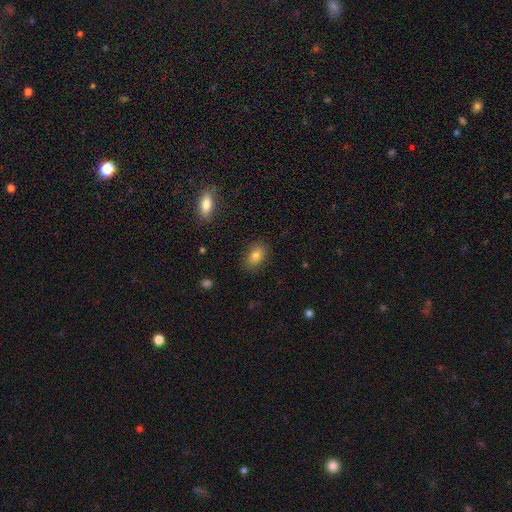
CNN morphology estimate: This appears to be a smooth galaxy with no disk features (80%) that is in between round and cigar-shaped (85%). Merging: none (85%).